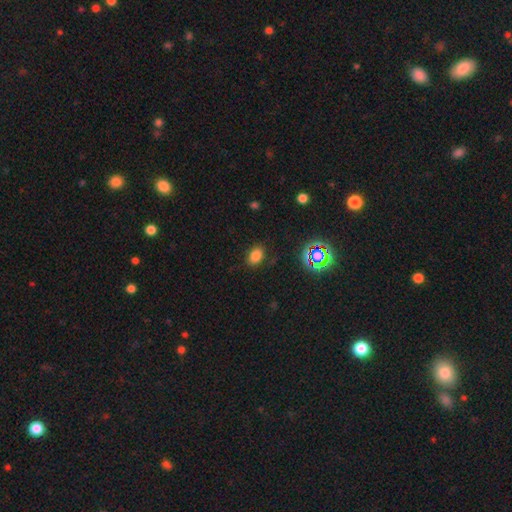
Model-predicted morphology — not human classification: This appears to be a smooth galaxy with no disk features (77%) that is in between round and cigar-shaped (80%). Merging: none (84%).